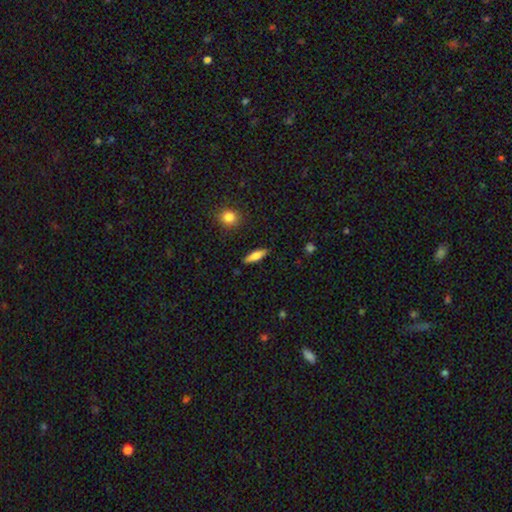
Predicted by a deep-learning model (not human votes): The model was most divided on "how rounded": cigar-shaped: 55%, in between: 42%, round: 3%. More confident: merging — none (88%); smooth or featured — smooth (70%).